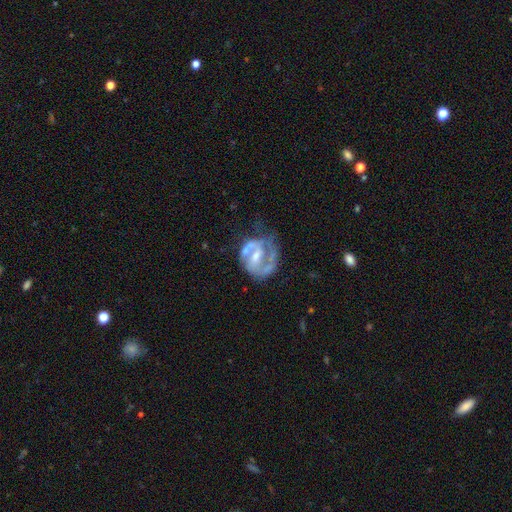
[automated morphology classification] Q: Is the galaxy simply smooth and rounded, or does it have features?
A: featured or disk — 81%.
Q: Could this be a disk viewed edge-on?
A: no — 98%.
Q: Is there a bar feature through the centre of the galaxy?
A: weak — 47%.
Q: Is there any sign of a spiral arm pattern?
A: yes — 84%.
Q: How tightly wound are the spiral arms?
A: medium — 45%.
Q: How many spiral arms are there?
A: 2 — 56%.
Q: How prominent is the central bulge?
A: moderate — 48%.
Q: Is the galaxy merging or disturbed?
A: none — 44%.